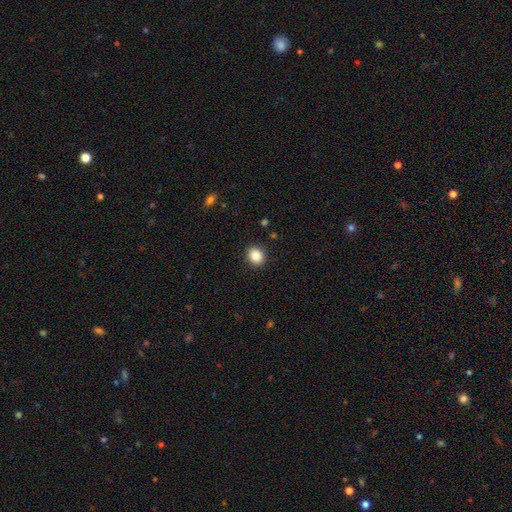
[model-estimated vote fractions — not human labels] This is clearly a smooth galaxy (87%). How rounded: likely round (75%). Merging: clearly none (91%).